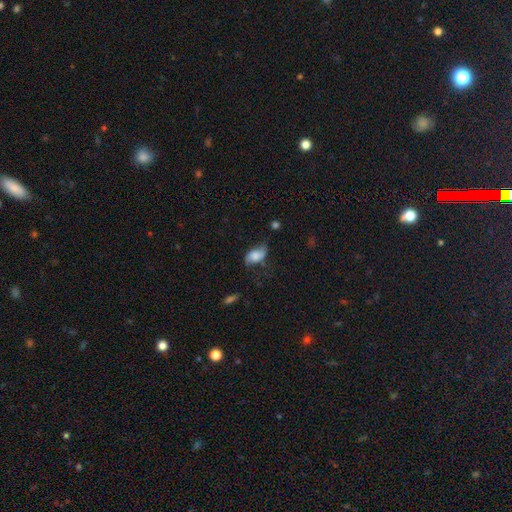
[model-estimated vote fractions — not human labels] Morphology: type=smooth (61%); roundness=in between (90%); merging=none (46%).